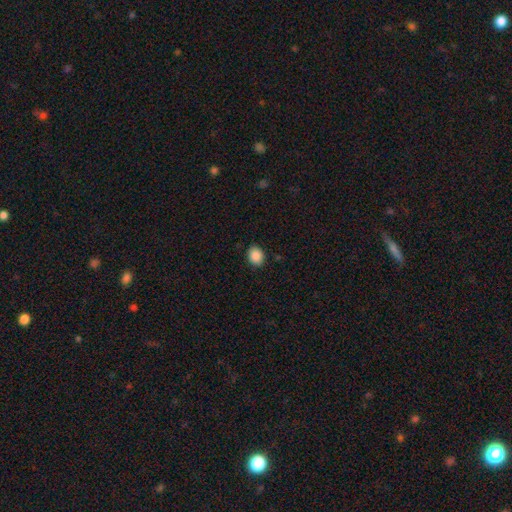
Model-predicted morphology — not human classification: This appears to be a smooth galaxy with no disk features (89%) that is in between round and cigar-shaped (53%). Merging: none (87%).